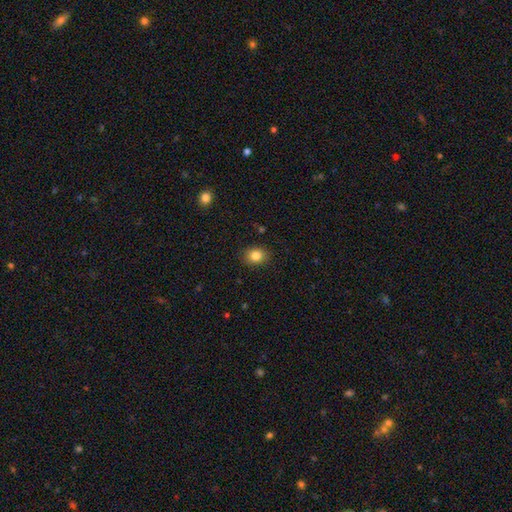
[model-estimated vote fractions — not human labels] Q: Smooth or featured?
A: smooth (83%); runner-up: star or artifact (10%)
Q: How rounded?
A: round (50%); runner-up: in between (49%)
Q: Merging?
A: none (88%); runner-up: minor disturbance (9%)